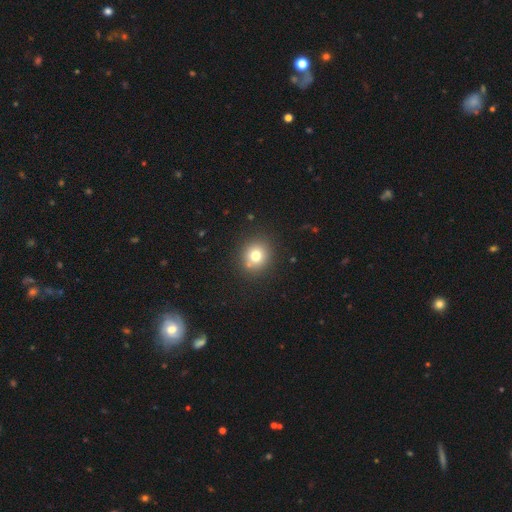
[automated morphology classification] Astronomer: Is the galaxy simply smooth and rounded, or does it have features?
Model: smooth — 75%.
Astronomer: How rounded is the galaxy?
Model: round — 83%.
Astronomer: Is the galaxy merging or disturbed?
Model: none — 83%.